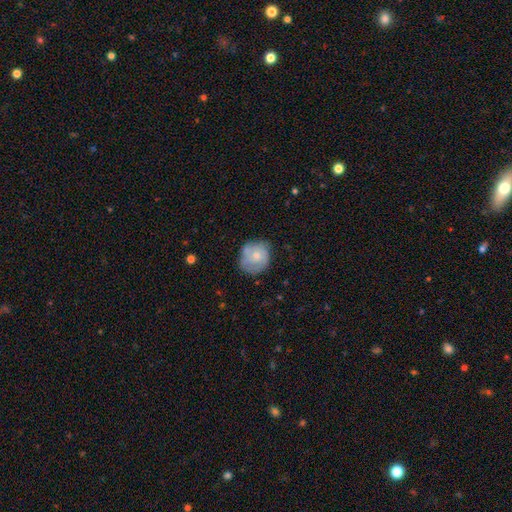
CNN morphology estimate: Q: Smooth or featured?
A: smooth (51%); runner-up: featured or disk (42%)
Q: How rounded?
A: round (81%); runner-up: in between (18%)
Q: Merging?
A: none (64%); runner-up: minor disturbance (25%)